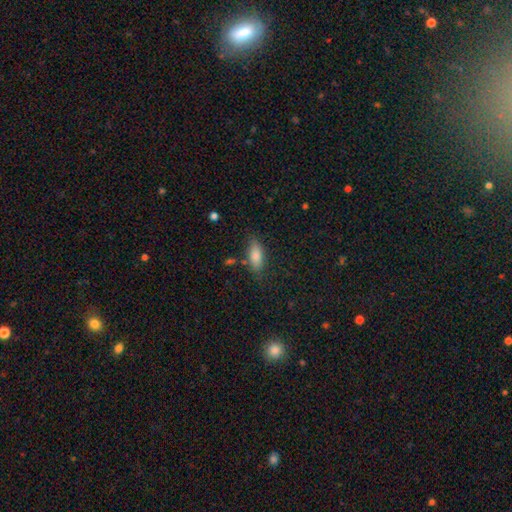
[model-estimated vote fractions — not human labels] Smooth or featured? Predicted: smooth (p=0.78). How rounded? Predicted: in between (p=0.74). Merging? Predicted: none (p=0.76).